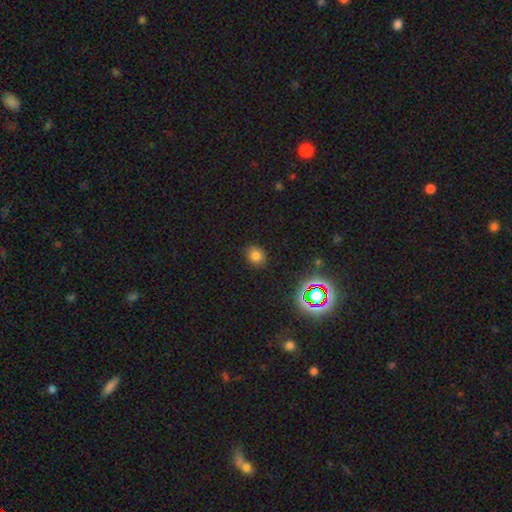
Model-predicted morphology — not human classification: Smooth or featured: smooth — 76% (star or artifact — 18%)
How rounded: round — 72% (in between — 27%)
Merging: none — 86% (minor disturbance — 10%)